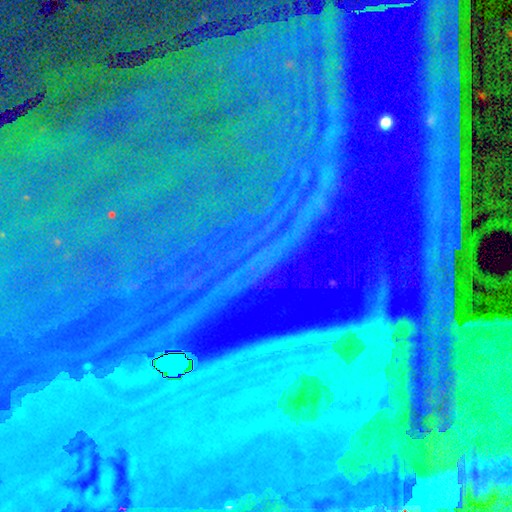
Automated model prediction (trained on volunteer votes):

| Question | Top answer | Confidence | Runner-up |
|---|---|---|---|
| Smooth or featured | star or artifact | 88% | featured or disk (7%) |